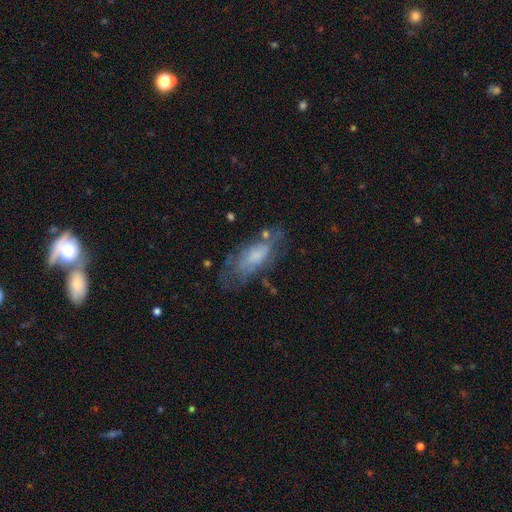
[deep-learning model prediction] Q: Smooth or featured?
A: smooth (48%); runner-up: featured or disk (44%)
Q: Merging?
A: none (52%); runner-up: minor disturbance (26%)